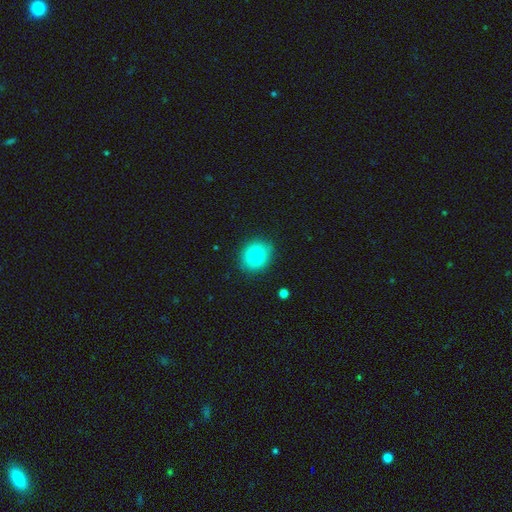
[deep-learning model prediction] Smooth or featured? Predicted: smooth (p=0.79). How rounded? Predicted: round (p=0.69). Merging? Predicted: none (p=0.88).